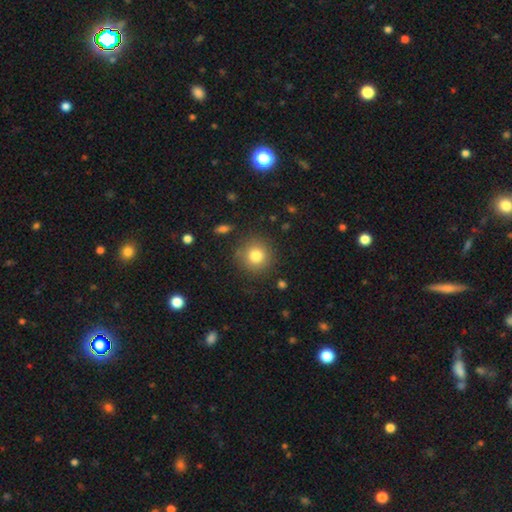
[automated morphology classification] smooth_or_featured: smooth (p=0.81) [alt: star or artifact p=0.11]
how_rounded: round (p=0.93) [alt: in between p=0.06]
merging: none (p=0.87) [alt: minor disturbance p=0.08]